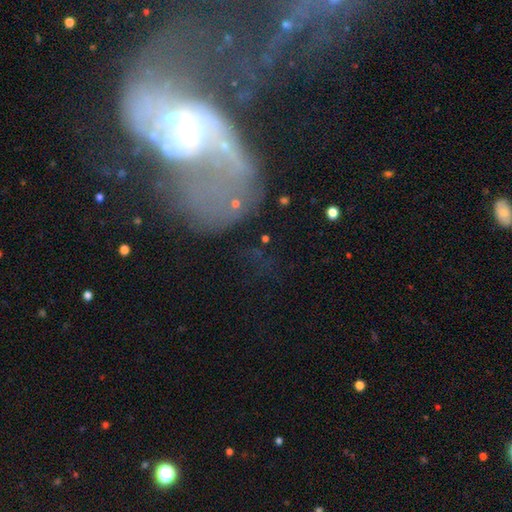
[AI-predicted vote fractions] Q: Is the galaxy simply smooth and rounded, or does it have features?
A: featured or disk — 69%.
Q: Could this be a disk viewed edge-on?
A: no — 94%.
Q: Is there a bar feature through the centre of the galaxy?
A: no — 44%.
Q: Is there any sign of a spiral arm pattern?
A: yes — 68%.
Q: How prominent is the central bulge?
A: small — 49%.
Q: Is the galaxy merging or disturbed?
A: major disturbance — 39%.